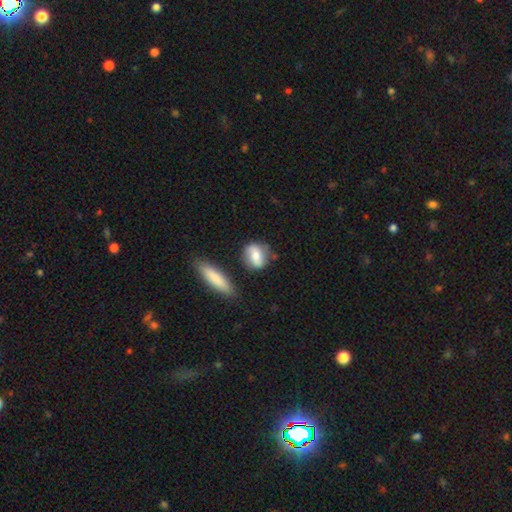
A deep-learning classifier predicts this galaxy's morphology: type=smooth (66%); roundness=in between (51%); merging=none (70%).